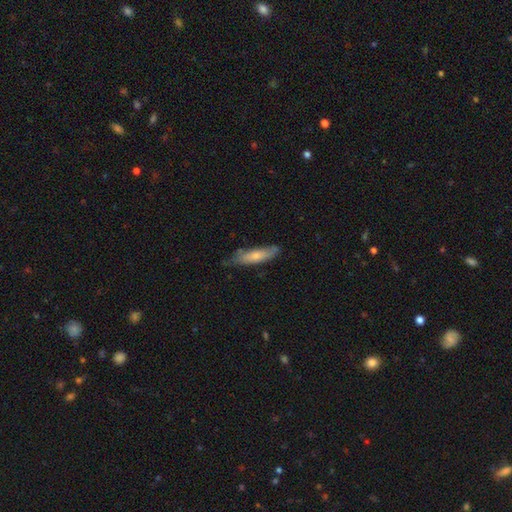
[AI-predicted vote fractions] smooth-or-featured: smooth: 66% | featured or disk: 28% | star or artifact: 6%
  how-rounded: cigar-shaped: 67% | in between: 31% | round: 2%
  merging: none: 67% | minor disturbance: 26% | major disturbance: 5% | merger: 2%